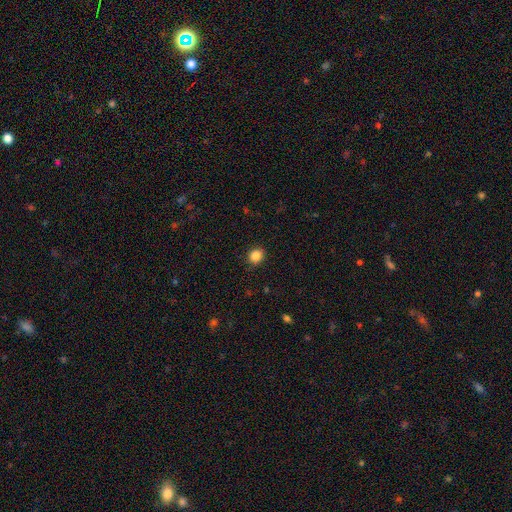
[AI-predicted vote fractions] Smooth or featured: smooth — 86% (star or artifact — 10%)
How rounded: round — 77% (in between — 22%)
Merging: none — 89% (minor disturbance — 8%)